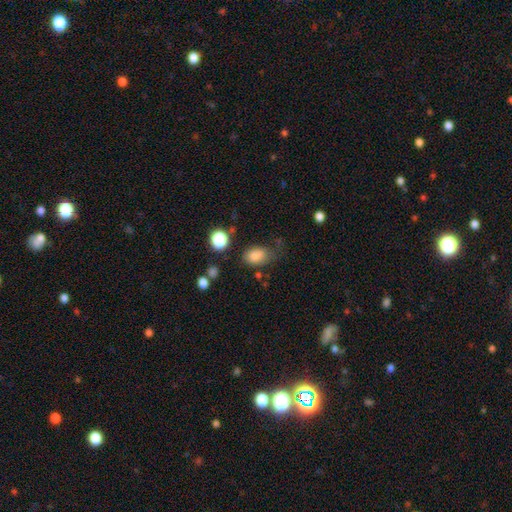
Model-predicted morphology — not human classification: type=smooth (82%); roundness=in between (81%); merging=none (59%).